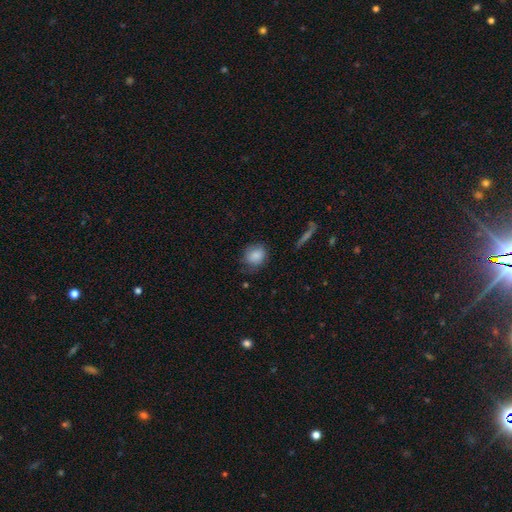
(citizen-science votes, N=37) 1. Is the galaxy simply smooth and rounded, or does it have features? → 92% smooth, 5% star or artifact, 3% featured or disk.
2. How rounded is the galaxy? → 65% round, 35% in between, 0% cigar-shaped.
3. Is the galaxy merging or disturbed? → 63% none, 34% minor disturbance, 3% major disturbance, 0% merger.